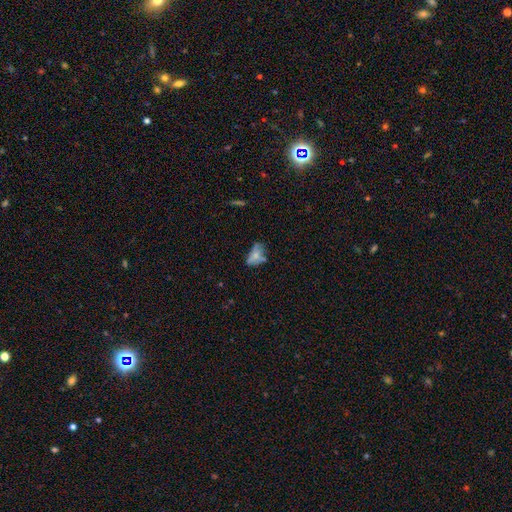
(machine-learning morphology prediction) Smooth or featured?
  - smooth: 57% *
  - featured or disk: 29%
  - star or artifact: 14%
How rounded?
  - in between: 86% *
  - round: 8%
  - cigar-shaped: 6%
Merging?
  - none: 42% *
  - minor disturbance: 26%
  - major disturbance: 20%
  - merger: 13%